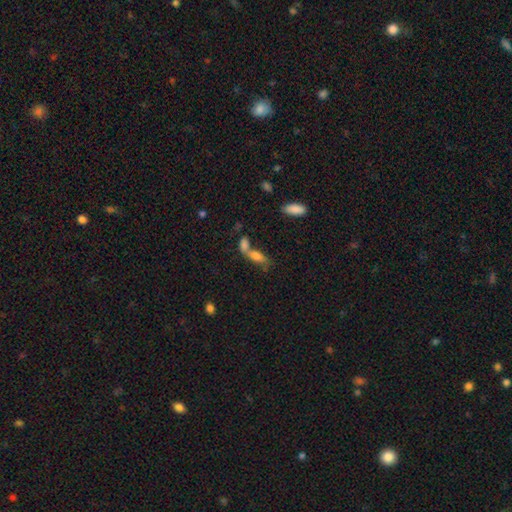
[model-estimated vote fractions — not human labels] Smooth or featured: smooth — 65% (featured or disk — 22%)
How rounded: in between — 69% (cigar-shaped — 25%)
Merging: merger — 58% (none — 26%)